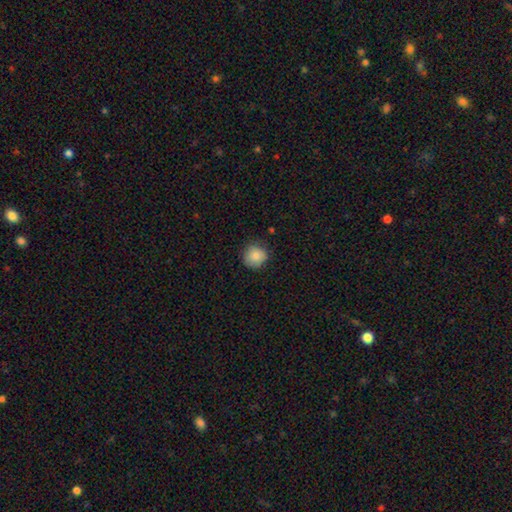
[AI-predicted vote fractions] Smooth or featured? Predicted: smooth (p=0.85). How rounded? Predicted: round (p=0.90). Merging? Predicted: none (p=0.80).